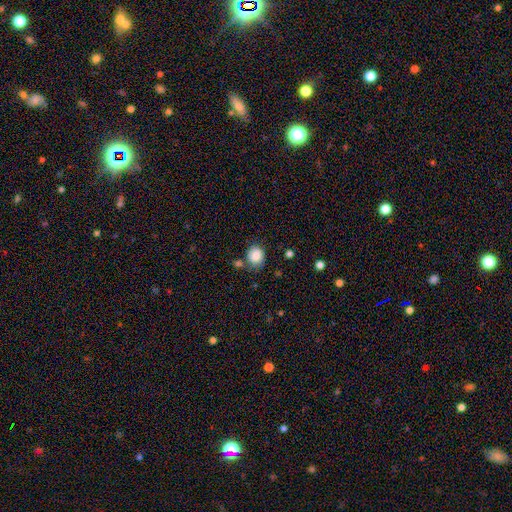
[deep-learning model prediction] Q: Smooth or featured?
A: smooth (84%); runner-up: star or artifact (9%)
Q: How rounded?
A: round (65%); runner-up: in between (35%)
Q: Merging?
A: none (67%); runner-up: minor disturbance (18%)